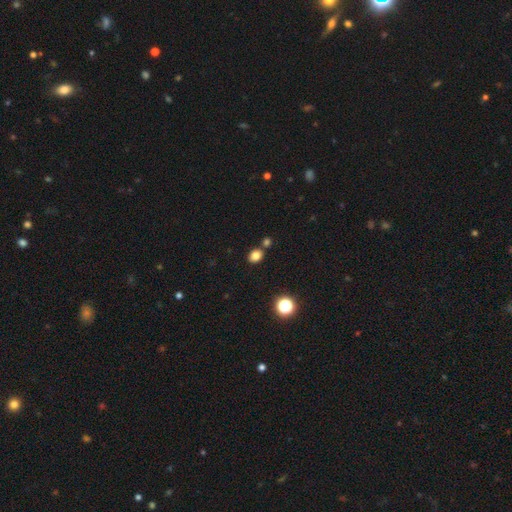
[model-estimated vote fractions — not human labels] This appears to be a smooth galaxy with no disk features (80%) that is round (50%). Merging: none (73%).